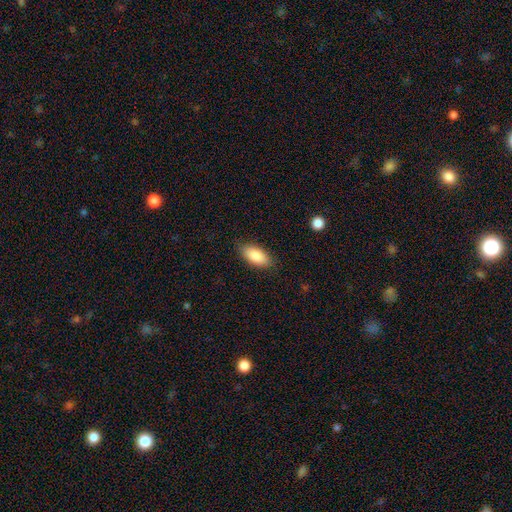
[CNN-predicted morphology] Smooth or featured? Predicted: smooth (p=0.86). How rounded? Predicted: in between (p=0.89). Merging? Predicted: none (p=0.85).